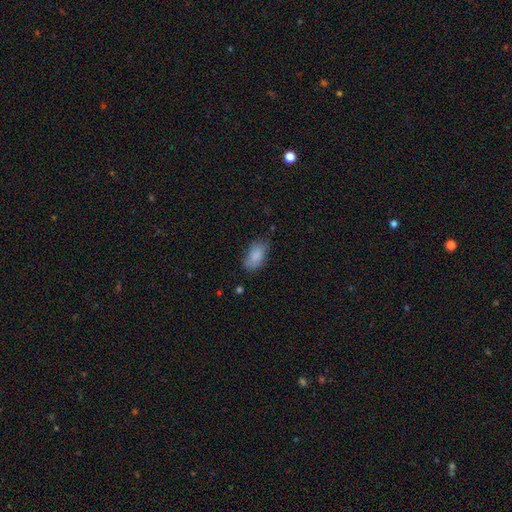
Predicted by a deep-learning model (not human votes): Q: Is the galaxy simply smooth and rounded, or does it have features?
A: smooth — 83%.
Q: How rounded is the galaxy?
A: in between — 92%.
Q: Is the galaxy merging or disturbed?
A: none — 65%.